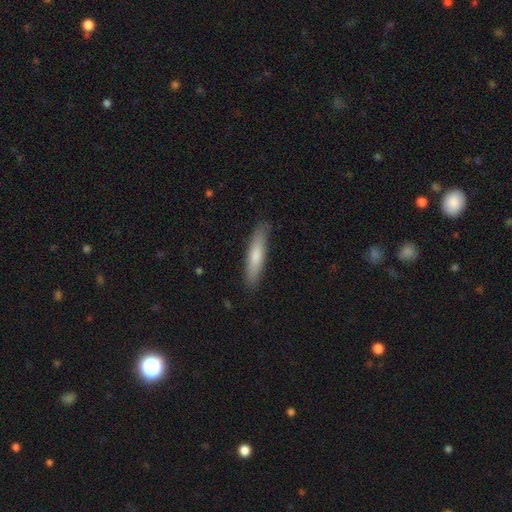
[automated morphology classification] Overall: smooth (70%). How rounded: cigar-shaped (86%). Merging: none (86%).